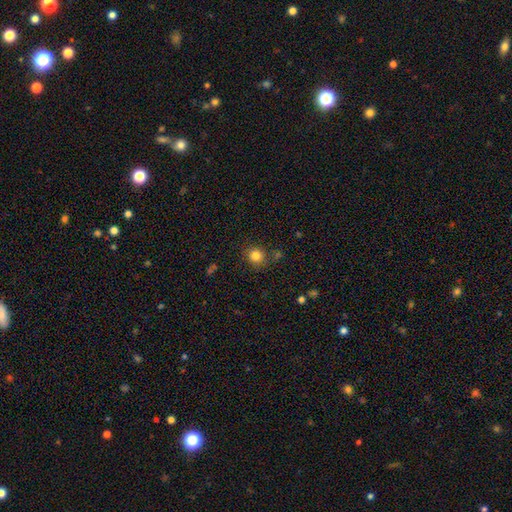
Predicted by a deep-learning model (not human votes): Smooth or featured?
  - smooth: 83% *
  - star or artifact: 12%
  - featured or disk: 5%
How rounded?
  - round: 88% *
  - in between: 12%
  - cigar-shaped: 1%
Merging?
  - none: 80% *
  - minor disturbance: 11%
  - merger: 5%
  - major disturbance: 4%